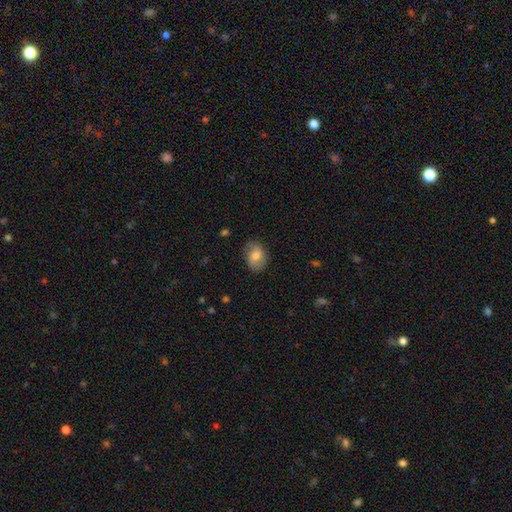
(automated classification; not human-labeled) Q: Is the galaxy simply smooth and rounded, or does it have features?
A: smooth — 66%.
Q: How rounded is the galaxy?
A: in between — 73%.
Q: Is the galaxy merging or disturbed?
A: none — 76%.